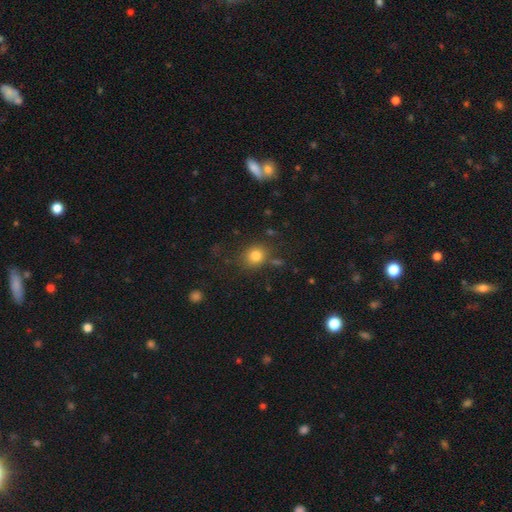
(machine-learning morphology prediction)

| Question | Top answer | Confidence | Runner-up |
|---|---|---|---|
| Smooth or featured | smooth | 81% | star or artifact (12%) |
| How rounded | round | 75% | in between (24%) |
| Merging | none | 76% | minor disturbance (13%) |